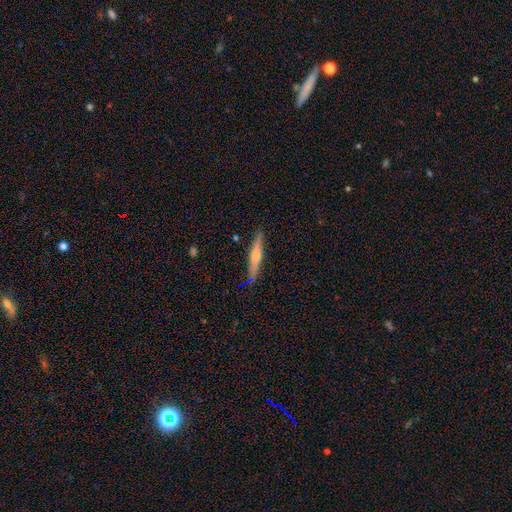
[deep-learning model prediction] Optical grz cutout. It shows a featured or disk galaxy (56%) viewed edge-on (96%) with a rounded central bulge (75%). Merging: none (85%).